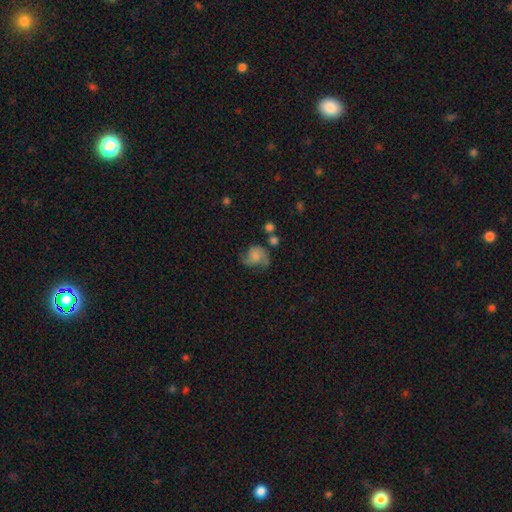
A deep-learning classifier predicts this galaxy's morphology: The model was most divided on "smooth or featured": smooth: 46%, featured or disk: 44%, star or artifact: 10%. Remaining: merging — none (41%).